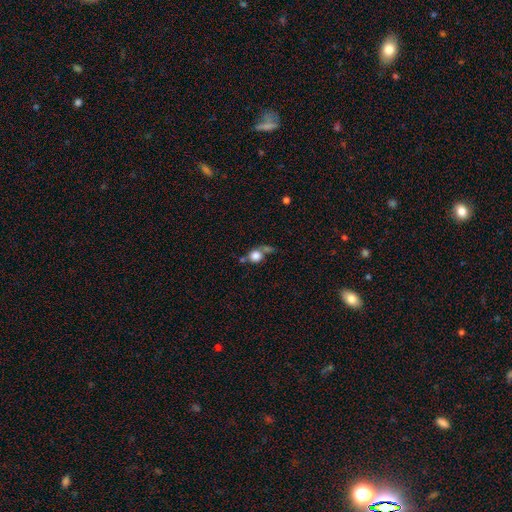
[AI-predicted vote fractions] Smooth or featured?
  - smooth: 78% *
  - featured or disk: 11%
  - star or artifact: 11%
How rounded?
  - round: 83% *
  - in between: 15%
  - cigar-shaped: 2%
Merging?
  - none: 43% *
  - merger: 31%
  - minor disturbance: 15%
  - major disturbance: 11%